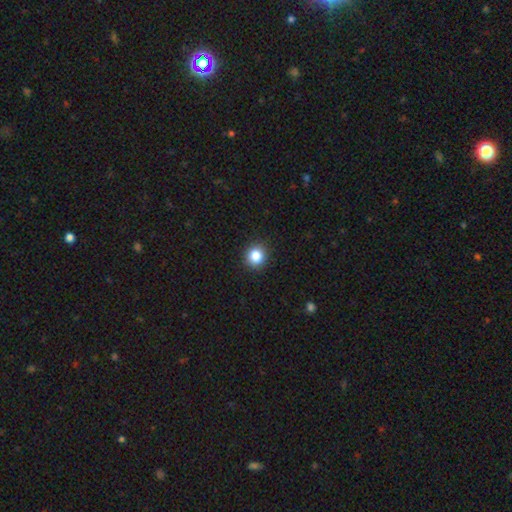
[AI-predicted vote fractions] Smooth or featured? smooth (85%)
How rounded? round (91%)
Merging? none (92%)